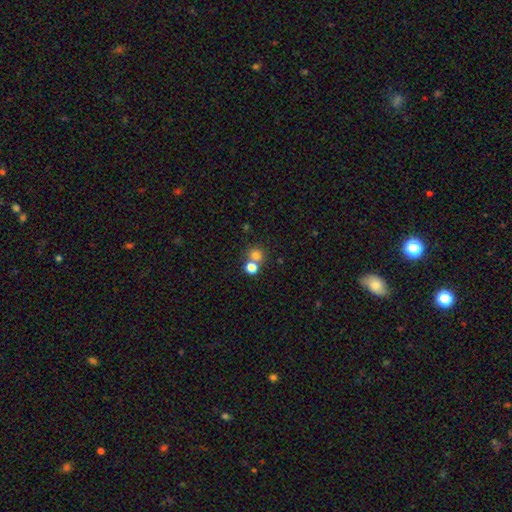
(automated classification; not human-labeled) A smooth galaxy with no disk features (76%) that is round (85%). Merging: none (55%).